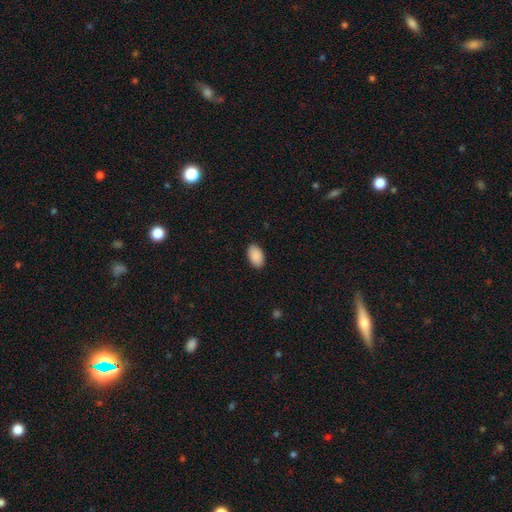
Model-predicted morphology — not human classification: A smooth galaxy with no disk features (91%) that is in between round and cigar-shaped (94%). Merging: none (89%).